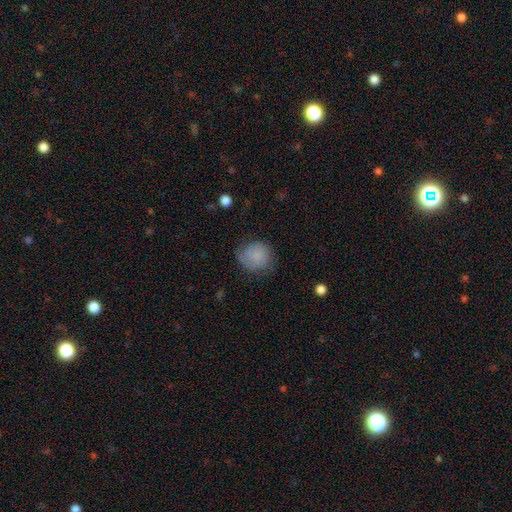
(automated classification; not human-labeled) Morphology: type=smooth (68%); roundness=round (80%); merging=none (62%).